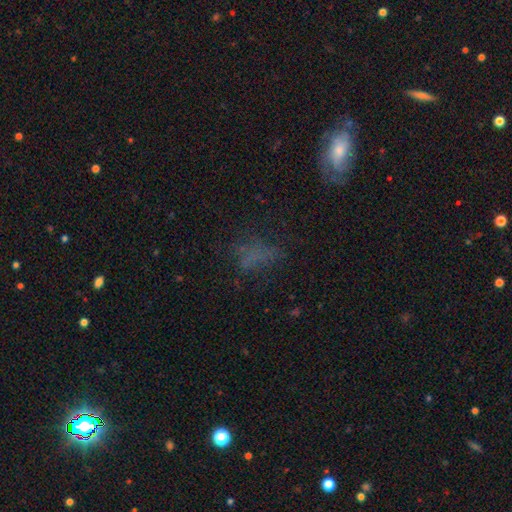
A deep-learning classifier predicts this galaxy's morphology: smooth-or-featured: smooth: 52% | featured or disk: 24% | star or artifact: 24%
  how-rounded: in between: 71% | round: 16% | cigar-shaped: 13%
  merging: none: 52% | major disturbance: 23% | minor disturbance: 21% | merger: 5%